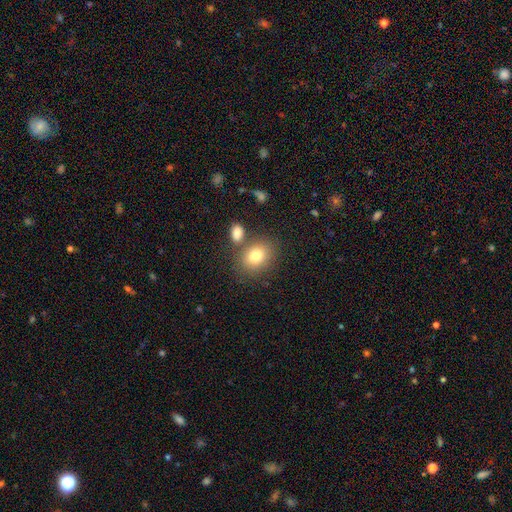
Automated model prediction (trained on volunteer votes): This is likely a smooth galaxy (79%). How rounded: possibly in between (54%). Merging: likely none (68%).